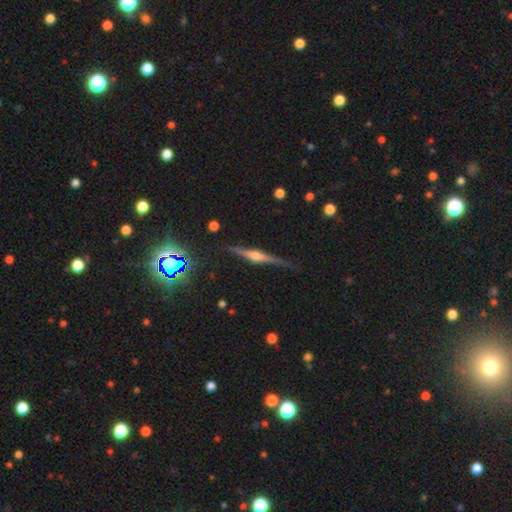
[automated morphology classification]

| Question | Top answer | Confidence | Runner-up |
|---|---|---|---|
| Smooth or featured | featured or disk | 80% | smooth (12%) |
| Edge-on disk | yes | 98% | no (2%) |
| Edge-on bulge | rounded | 88% | boxy (8%) |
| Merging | none | 87% | minor disturbance (10%) |